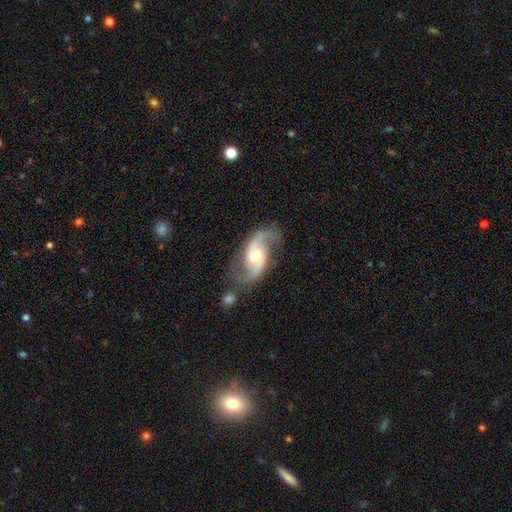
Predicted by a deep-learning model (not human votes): Smooth or featured? Predicted: featured or disk (p=0.90). Edge-on disk? Predicted: no (p=0.97). Bar? Predicted: no (p=0.45). Spiral arms? Predicted: yes (p=0.97). Spiral winding? Predicted: loose (p=0.46). Spiral arm count? Predicted: 2 (p=0.93). Bulge size? Predicted: moderate (p=0.67). Merging? Predicted: none (p=0.73).